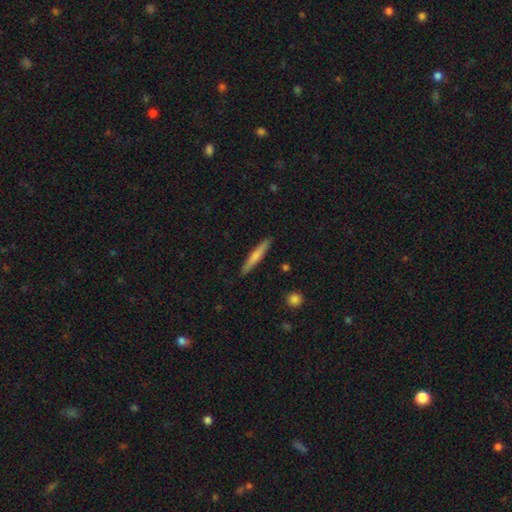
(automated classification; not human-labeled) Smooth or featured? smooth (63%)
How rounded? cigar-shaped (95%)
Merging? none (91%)